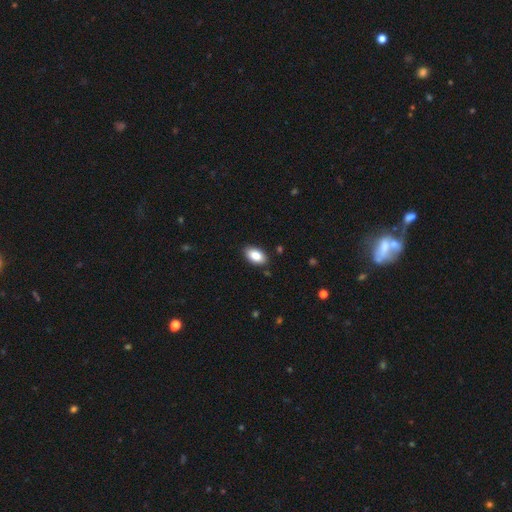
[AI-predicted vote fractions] Smooth or featured?
  - smooth: 86% *
  - star or artifact: 7%
  - featured or disk: 7%
How rounded?
  - in between: 94% *
  - round: 4%
  - cigar-shaped: 2%
Merging?
  - none: 87% *
  - minor disturbance: 9%
  - major disturbance: 2%
  - merger: 1%